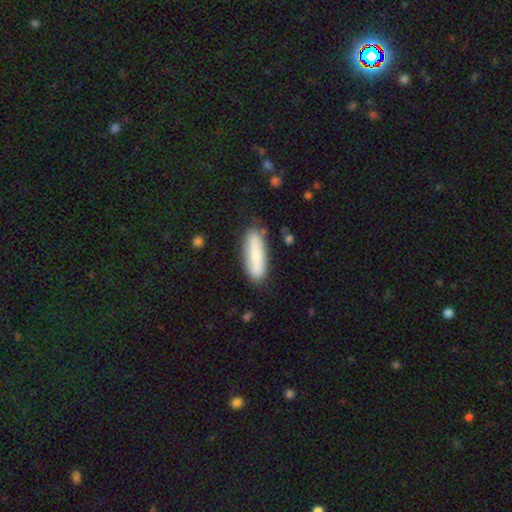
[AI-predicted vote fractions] This appears to be a smooth galaxy with no disk features (73%) that is cigar-shaped (54%). Merging: none (80%).